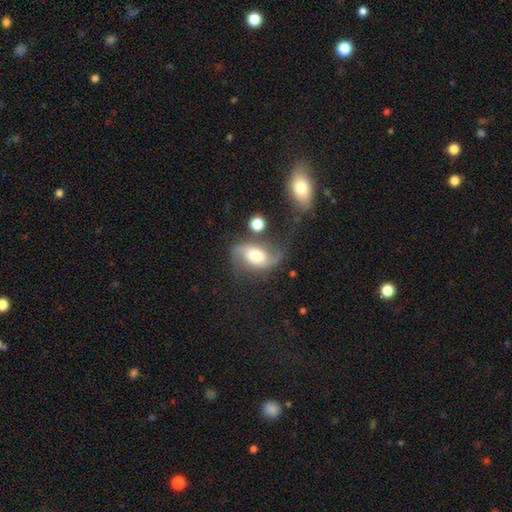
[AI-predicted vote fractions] smooth-or-featured: featured or disk: 75% | smooth: 18% | star or artifact: 8%
  disk-edge-on: no: 96% | yes: 4%
    bar: no: 55% | weak: 35% | strong: 11%
    has-spiral-arms: yes: 94% | no: 6%
      spiral-winding: loose: 51% | medium: 38% | tight: 11%
      spiral-arm-count: 2: 91% | can't tell: 3% | 1: 3% | 3: 1% | 4: 1% | more than 4: 1%
    bulge-size: moderate: 50% | large: 29% | small: 13% | dominant: 5% | none: 3%
  merging: none: 56% | minor disturbance: 21% | major disturbance: 13% | merger: 9%